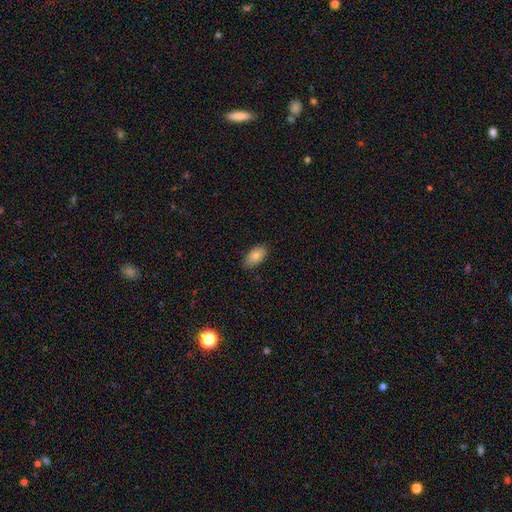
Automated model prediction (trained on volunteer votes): Smooth or featured? Predicted: smooth (p=0.84). How rounded? Predicted: in between (p=0.94). Merging? Predicted: none (p=0.83).